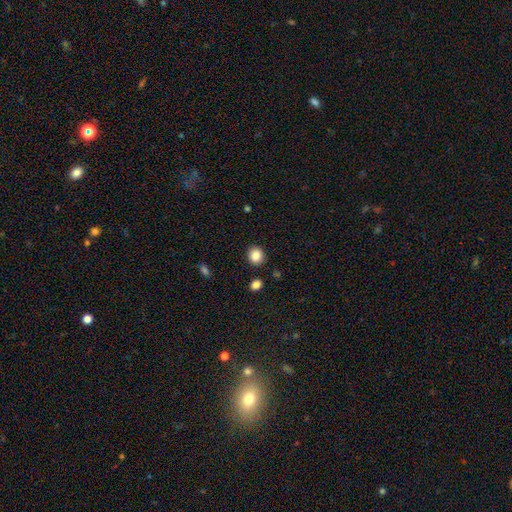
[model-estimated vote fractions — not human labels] Morphology: type=smooth (85%); roundness=round (80%); merging=none (89%).